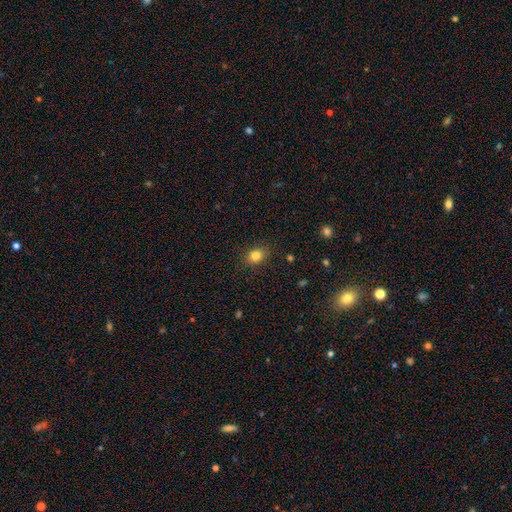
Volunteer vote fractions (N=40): Smooth or featured? smooth (85%)
How rounded? round (53%)
Merging? none (95%)